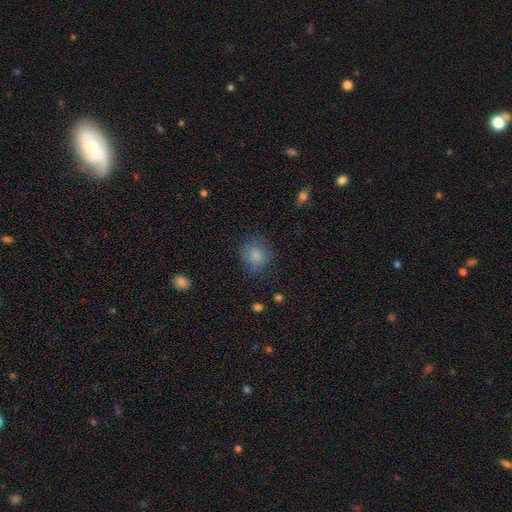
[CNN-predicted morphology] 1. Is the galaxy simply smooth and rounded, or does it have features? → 83% smooth, 9% star or artifact, 7% featured or disk.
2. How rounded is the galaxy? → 76% round, 23% in between, 1% cigar-shaped.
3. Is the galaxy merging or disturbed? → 73% none, 18% minor disturbance, 7% major disturbance, 2% merger.